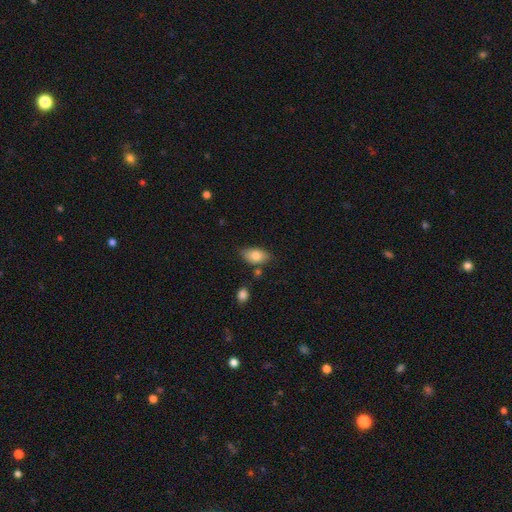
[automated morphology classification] type=smooth (81%); roundness=in between (90%); merging=none (70%).